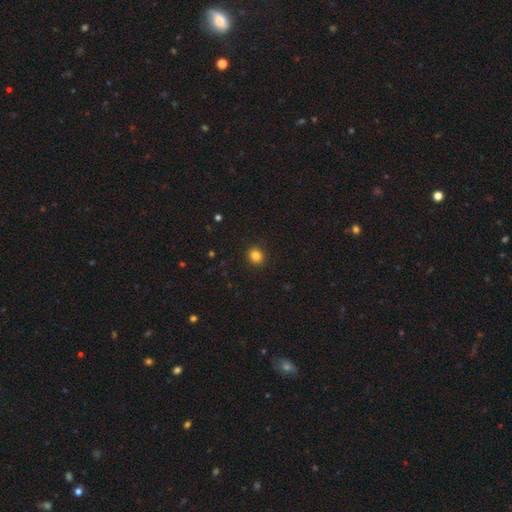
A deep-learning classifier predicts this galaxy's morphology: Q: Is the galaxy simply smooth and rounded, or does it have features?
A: smooth — 84%.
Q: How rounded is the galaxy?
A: round — 82%.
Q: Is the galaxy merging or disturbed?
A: none — 91%.